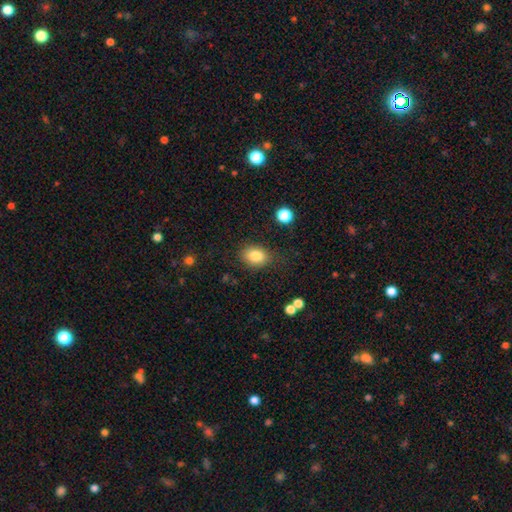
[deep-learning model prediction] This appears to be a smooth galaxy with no disk features (84%) that is in between round and cigar-shaped (69%). Merging: none (78%).